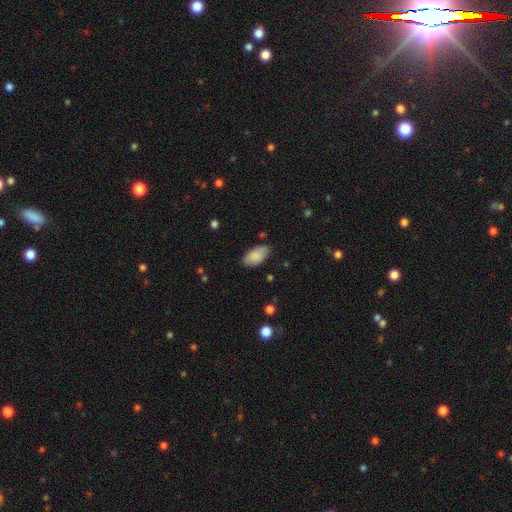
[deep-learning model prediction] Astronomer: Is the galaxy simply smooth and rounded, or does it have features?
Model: smooth — 87%.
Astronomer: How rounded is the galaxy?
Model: in between — 95%.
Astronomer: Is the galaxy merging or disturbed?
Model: none — 81%.